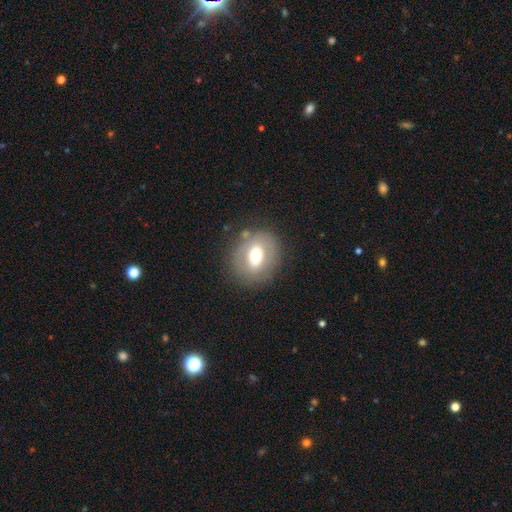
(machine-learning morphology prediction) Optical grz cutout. It shows a smooth galaxy with no disk features (52%) that is round (57%). Merging: none (75%).